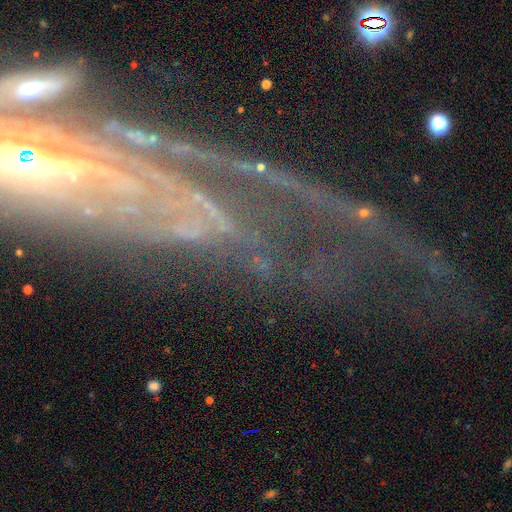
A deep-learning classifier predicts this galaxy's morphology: smooth_or_featured: featured or disk (p=0.70) [alt: star or artifact p=0.19]
disk_edge_on: no (p=0.77) [alt: yes p=0.23]
bar: no (p=0.49) [alt: weak p=0.27]
has_spiral_arms: yes (p=0.83) [alt: no p=0.17]
bulge_size: small (p=0.49) [alt: moderate p=0.31]
merging: none (p=0.58) [alt: major disturbance p=0.20]